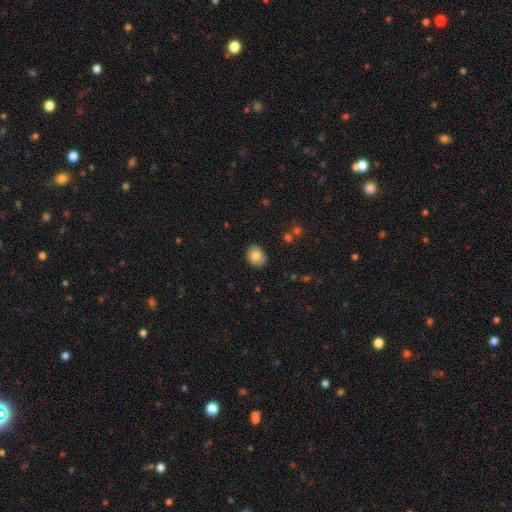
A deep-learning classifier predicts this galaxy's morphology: Overall: smooth (76%). How rounded: round (59%; in between 40%). Merging: none (86%).